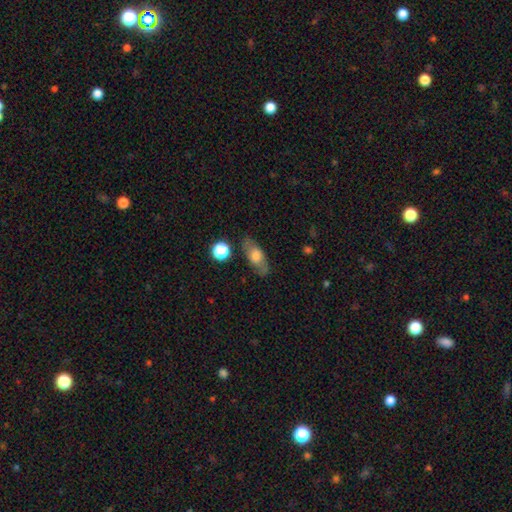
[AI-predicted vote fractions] smooth_or_featured: smooth (p=0.59) [alt: featured or disk p=0.33]
how_rounded: in between (p=0.75) [alt: cigar-shaped p=0.17]
merging: none (p=0.79) [alt: minor disturbance p=0.14]